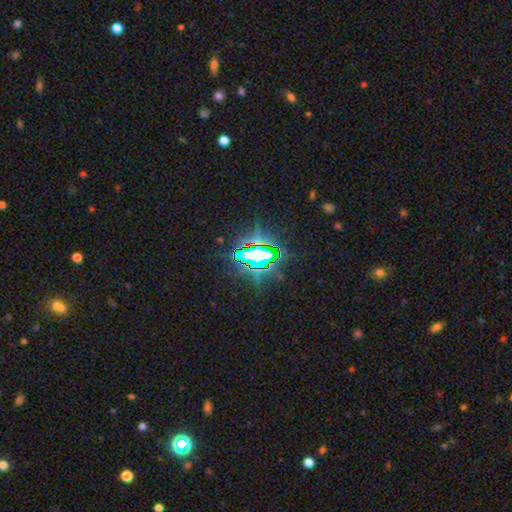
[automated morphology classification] This is likely a star or artifact rather than a galaxy (80%).